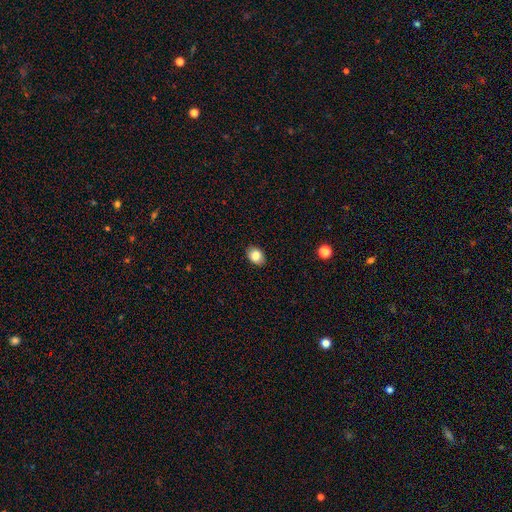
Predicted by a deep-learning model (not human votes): A smooth galaxy with no disk features (84%) that is in between round and cigar-shaped (70%).

Vote fractions:
- Smooth or featured? smooth: 84% / star or artifact: 9% / featured or disk: 7%
- How rounded? in between: 70% / round: 29% / cigar-shaped: 1%
- Merging? none: 89% / minor disturbance: 9% / major disturbance: 2% / merger: 1%